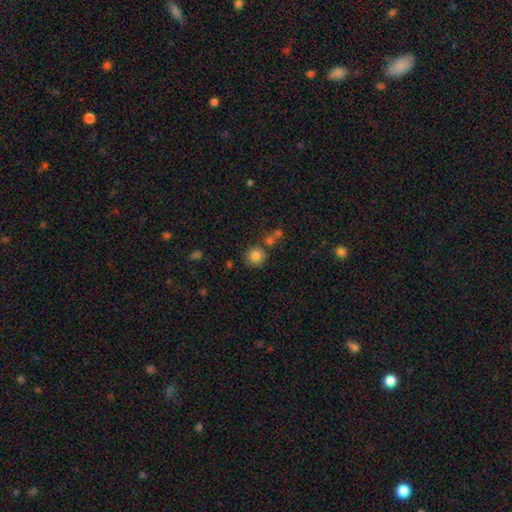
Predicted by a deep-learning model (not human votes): Smooth or featured?
  - smooth: 82% *
  - star or artifact: 11%
  - featured or disk: 7%
How rounded?
  - round: 91% *
  - in between: 8%
  - cigar-shaped: 1%
Merging?
  - none: 71% *
  - merger: 14%
  - minor disturbance: 11%
  - major disturbance: 4%